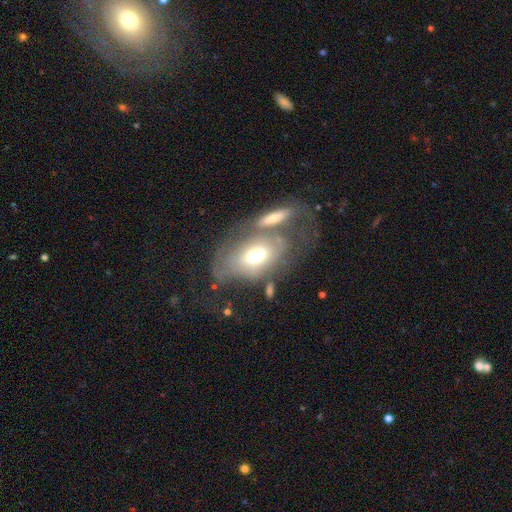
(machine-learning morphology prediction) Q: Smooth or featured?
A: smooth (47%); runner-up: featured or disk (45%)
Q: Merging?
A: merger (32%); runner-up: none (27%)